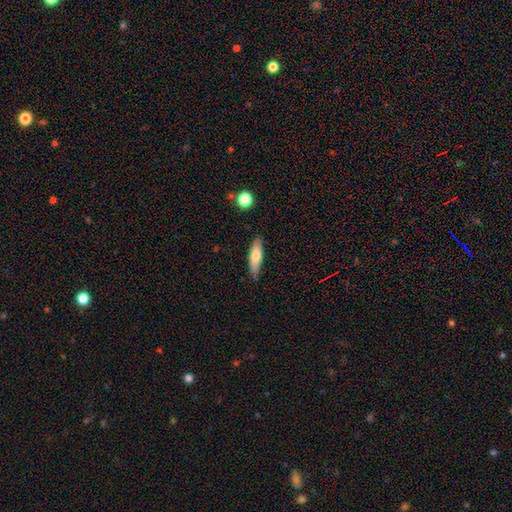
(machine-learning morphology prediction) smooth-or-featured: smooth: 70% | featured or disk: 24% | star or artifact: 6%
  how-rounded: cigar-shaped: 58% | in between: 40% | round: 2%
  merging: none: 83% | minor disturbance: 13% | major disturbance: 2% | merger: 2%